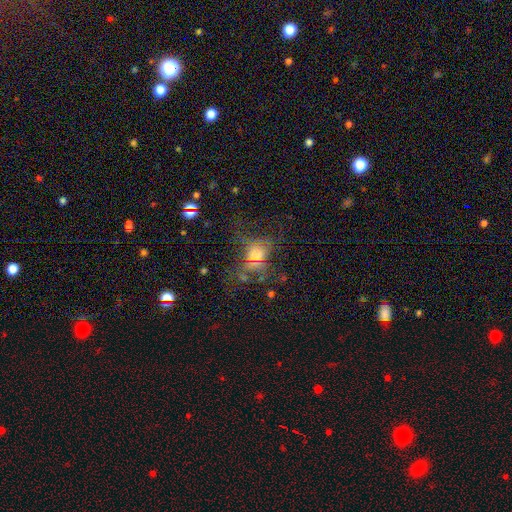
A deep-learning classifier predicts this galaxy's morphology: Smooth or featured?
  - smooth: 40% *
  - featured or disk: 33%
  - star or artifact: 27%
Merging?
  - none: 47% *
  - major disturbance: 29%
  - minor disturbance: 18%
  - merger: 6%